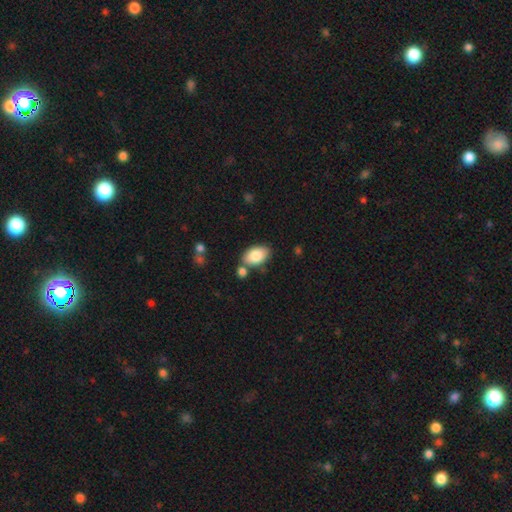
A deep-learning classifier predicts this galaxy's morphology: A smooth galaxy with no disk features (83%) that is in between round and cigar-shaped (92%). Merging: none (72%).